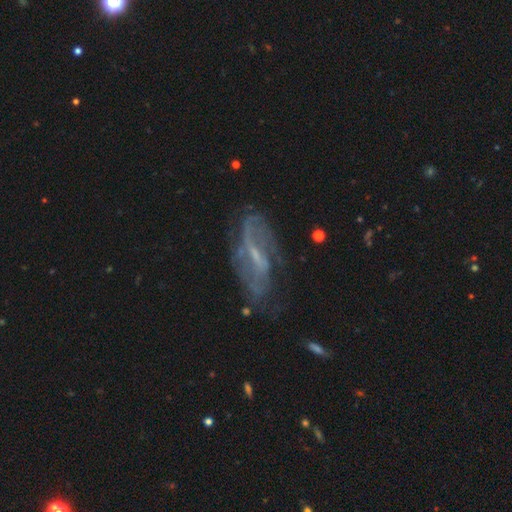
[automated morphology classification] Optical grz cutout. It shows a featured or disk galaxy (75%) with a weak bar (49%), spiral arms (76%) and a small central bulge (60%). Merging: none (60%).